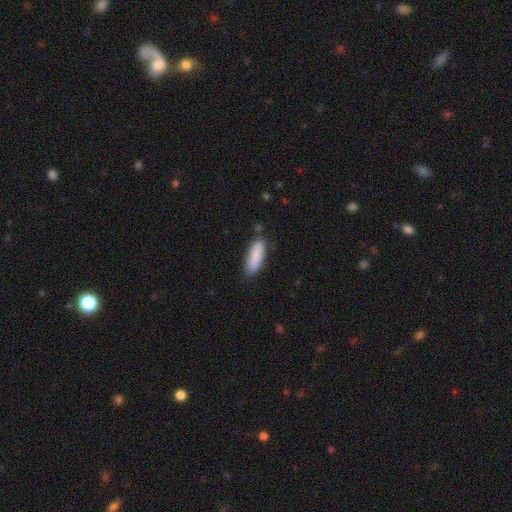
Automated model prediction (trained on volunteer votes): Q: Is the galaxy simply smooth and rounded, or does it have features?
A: smooth — 86%.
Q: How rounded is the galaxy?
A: cigar-shaped — 51%.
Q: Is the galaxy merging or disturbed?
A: none — 80%.